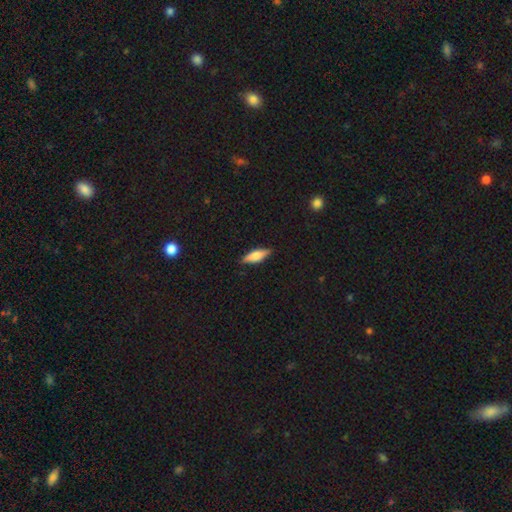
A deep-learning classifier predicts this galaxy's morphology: Smooth or featured? smooth (65%)
How rounded? in between (57%)
Merging? none (85%)